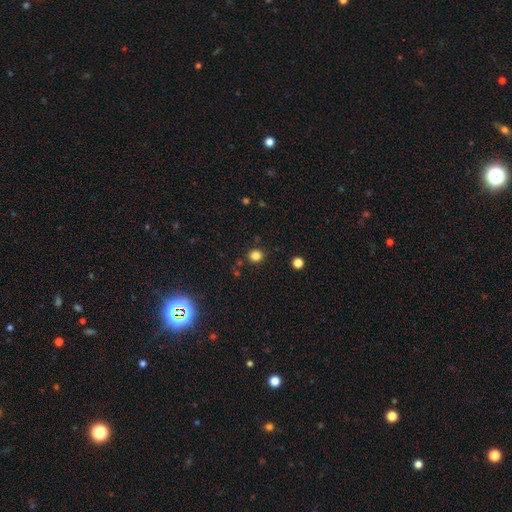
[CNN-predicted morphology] smooth 82%, star or artifact 14%, featured or disk 4%. Down the decision tree: how rounded — round (85%); merging — none (87%).